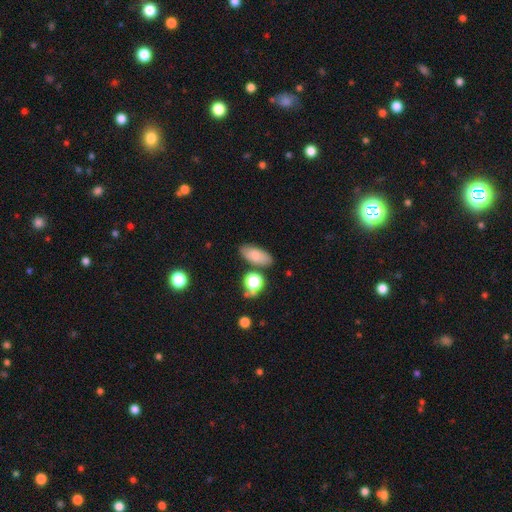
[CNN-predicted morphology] A smooth galaxy with no disk features (78%) that is in between round and cigar-shaped (85%). Merging: none (76%).